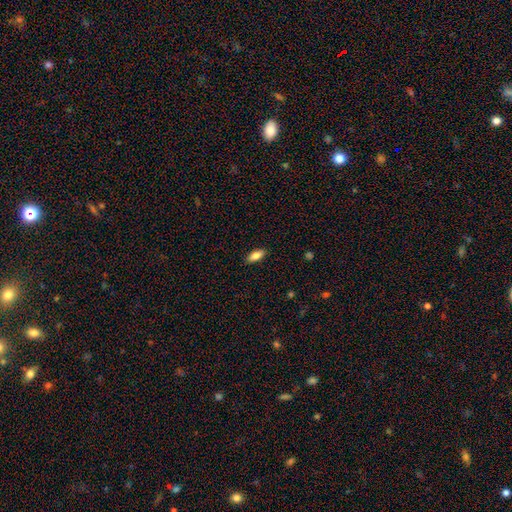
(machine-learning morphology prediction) A smooth galaxy with no disk features (82%) that is in between round and cigar-shaped (80%). Merging: none (89%).